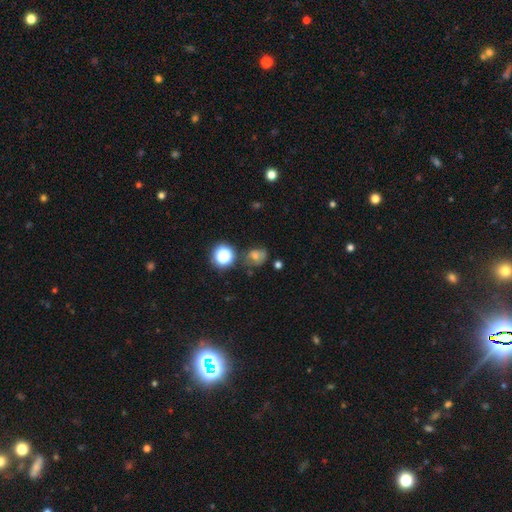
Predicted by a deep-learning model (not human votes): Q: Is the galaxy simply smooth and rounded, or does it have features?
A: smooth — 43%.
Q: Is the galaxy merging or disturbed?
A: none — 70%.